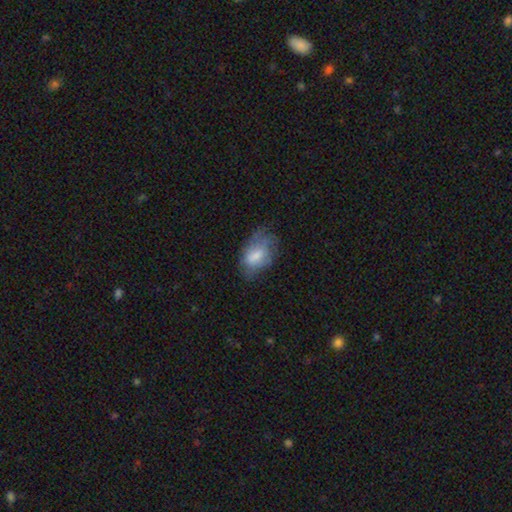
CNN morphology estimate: This appears to be a smooth galaxy with no disk features (67%) that is in between round and cigar-shaped (88%). Merging: none (48%).